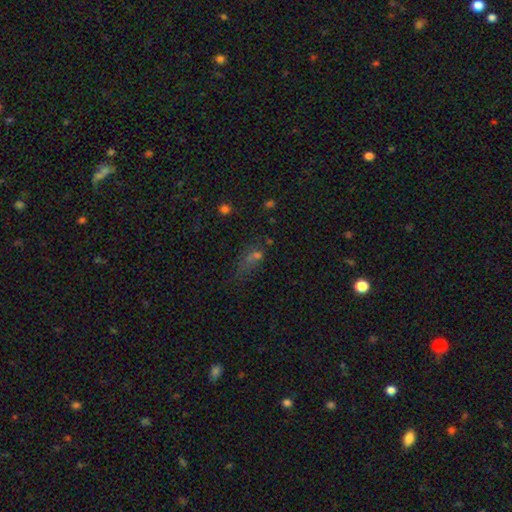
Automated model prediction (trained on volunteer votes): Smooth or featured?
  - smooth: 49% *
  - star or artifact: 34%
  - featured or disk: 17%
Merging?
  - none: 37% *
  - major disturbance: 26%
  - minor disturbance: 20%
  - merger: 17%